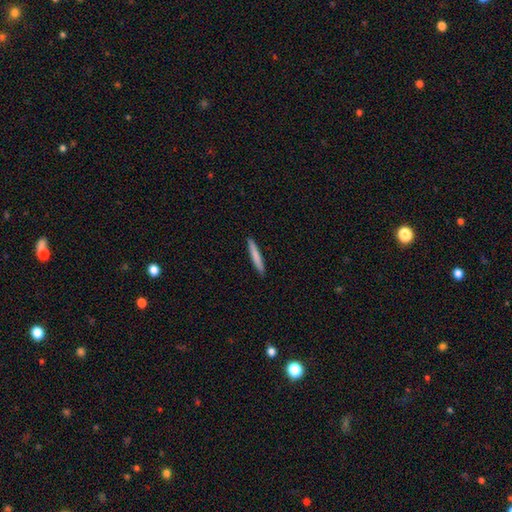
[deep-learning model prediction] A smooth galaxy with no disk features (77%) that is cigar-shaped (95%). Merging: none (92%).